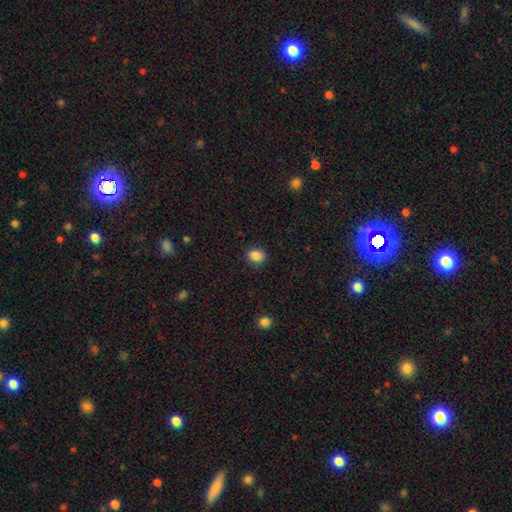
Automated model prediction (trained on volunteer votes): smooth-or-featured: smooth: 87% | star or artifact: 10% | featured or disk: 4%
  how-rounded: round: 50% | in between: 49% | cigar-shaped: 1%
  merging: none: 88% | minor disturbance: 8% | major disturbance: 2% | merger: 1%